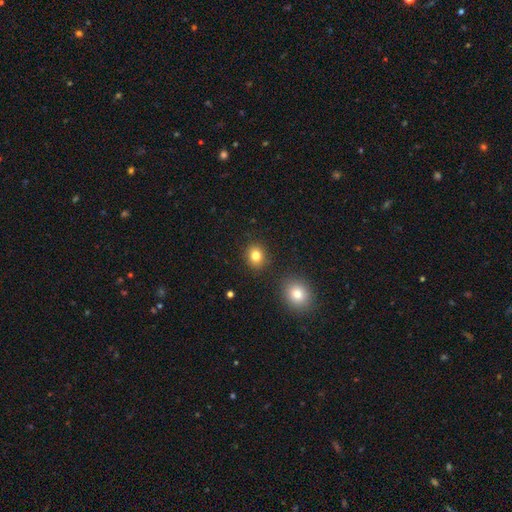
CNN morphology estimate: This is clearly a smooth galaxy (82%). How rounded: likely round (75%). Merging: clearly none (87%).